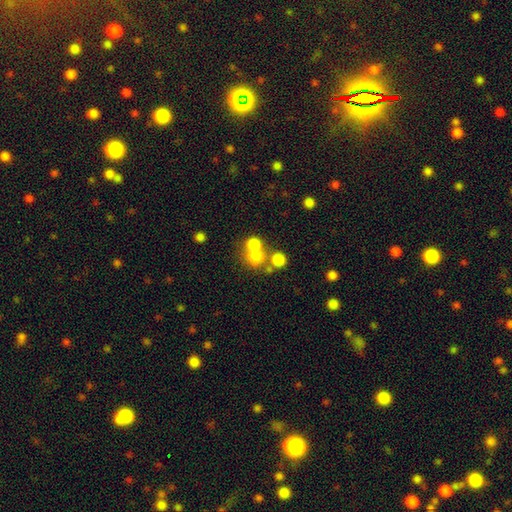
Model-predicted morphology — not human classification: smooth-or-featured: smooth: 72% | star or artifact: 15% | featured or disk: 13%
  how-rounded: round: 83% | in between: 16% | cigar-shaped: 1%
  merging: none: 46% | merger: 42% | minor disturbance: 7% | major disturbance: 5%